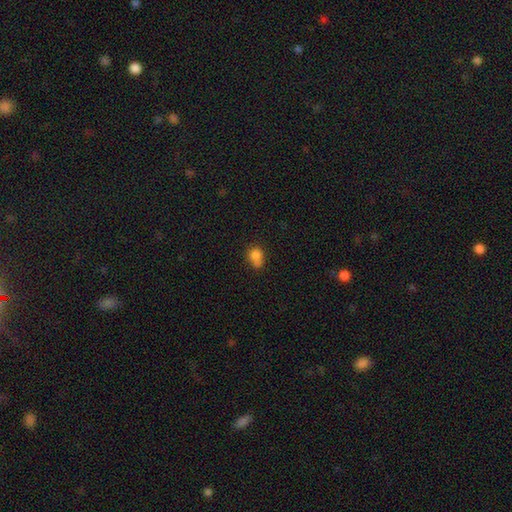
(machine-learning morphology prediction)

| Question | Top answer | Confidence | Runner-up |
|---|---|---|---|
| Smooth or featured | smooth | 80% | star or artifact (12%) |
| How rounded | round | 54% | in between (45%) |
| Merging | none | 42% | minor disturbance (27%) |